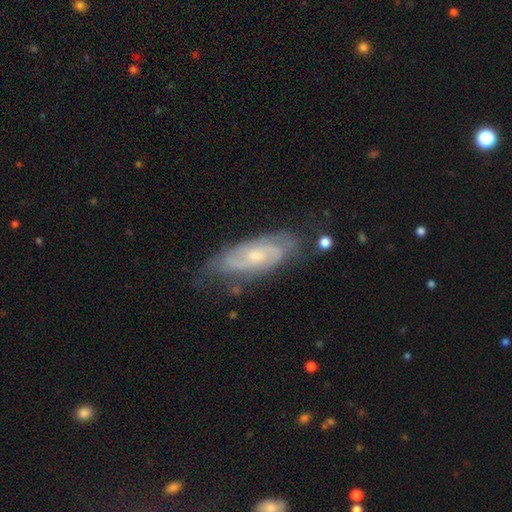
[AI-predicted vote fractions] Smooth or featured: featured or disk — 80% (smooth — 14%)
Edge-on disk: no — 90% (yes — 10%)
Bar: no — 56% (weak — 38%)
Spiral arms: yes — 94% (no — 6%)
Spiral winding: tight — 47% (medium — 42%)
Spiral arm count: 2 — 60% (can't tell — 23%)
Bulge size: small — 53% (moderate — 39%)
Merging: none — 68% (minor disturbance — 23%)